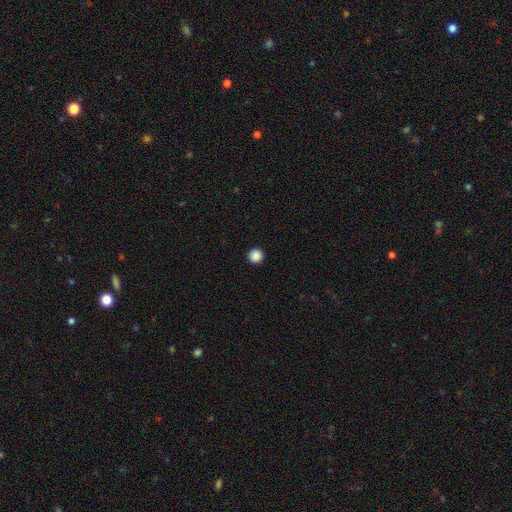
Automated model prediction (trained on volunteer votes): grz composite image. It shows a smooth galaxy with no disk features (88%) that is round (97%). Merging: none (94%).